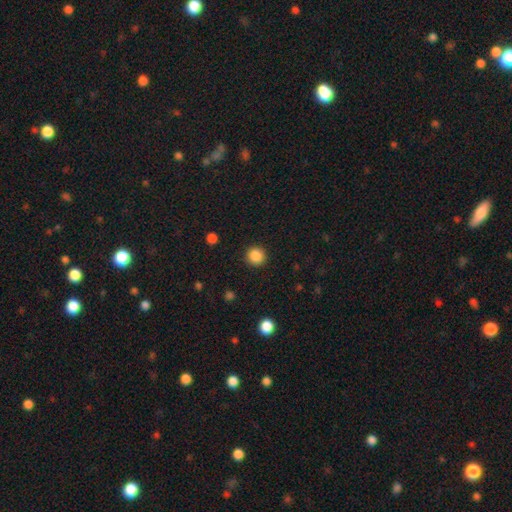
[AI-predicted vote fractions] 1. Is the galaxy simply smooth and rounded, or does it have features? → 87% smooth, 10% star or artifact, 3% featured or disk.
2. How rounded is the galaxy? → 94% round, 5% in between, 1% cigar-shaped.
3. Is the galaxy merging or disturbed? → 92% none, 5% minor disturbance, 2% major disturbance, 1% merger.